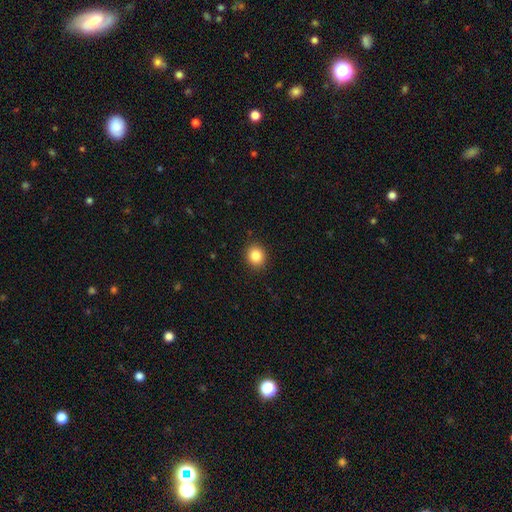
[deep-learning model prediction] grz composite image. It shows a smooth galaxy with no disk features (85%) that is round (83%). Merging: none (91%).